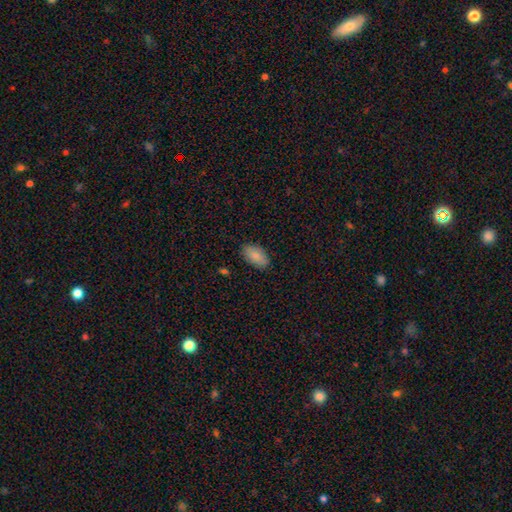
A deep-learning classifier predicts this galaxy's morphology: smooth 86%, featured or disk 7%, star or artifact 7%. Down the decision tree: how rounded — in between (94%); merging — none (87%).